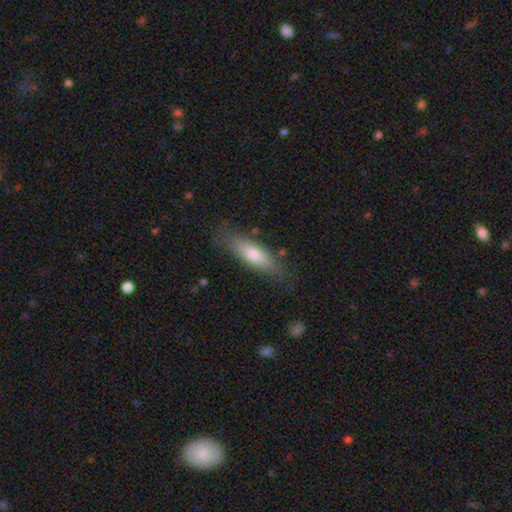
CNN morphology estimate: The model was most divided on "how rounded": in between: 51%, cigar-shaped: 47%, round: 2%. More confident: merging — none (76%); smooth or featured — smooth (70%).